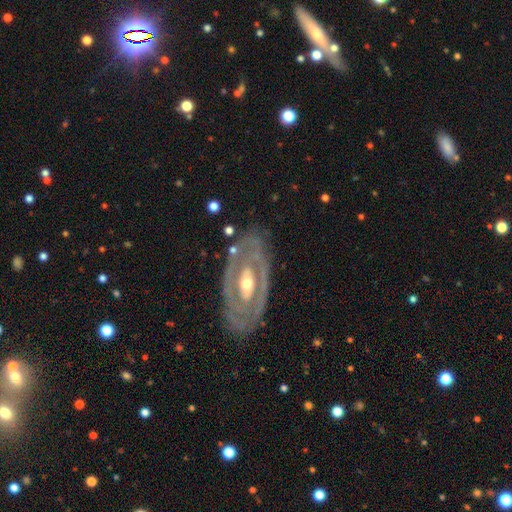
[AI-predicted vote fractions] Q: Smooth or featured?
A: featured or disk (81%); runner-up: smooth (13%)
Q: Edge-on disk?
A: no (89%); runner-up: yes (11%)
Q: Bar?
A: no (51%); runner-up: weak (29%)
Q: Spiral arms?
A: yes (54%); runner-up: no (46%)
Q: Bulge size?
A: moderate (60%); runner-up: small (33%)
Q: Merging?
A: none (80%); runner-up: minor disturbance (14%)